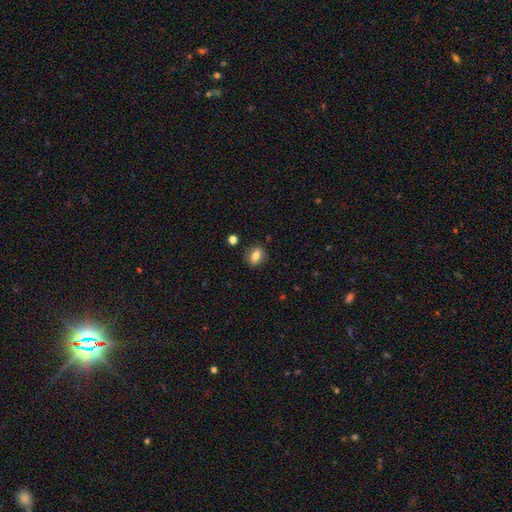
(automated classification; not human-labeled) Smooth or featured? smooth (77%)
How rounded? in between (69%)
Merging? none (83%)